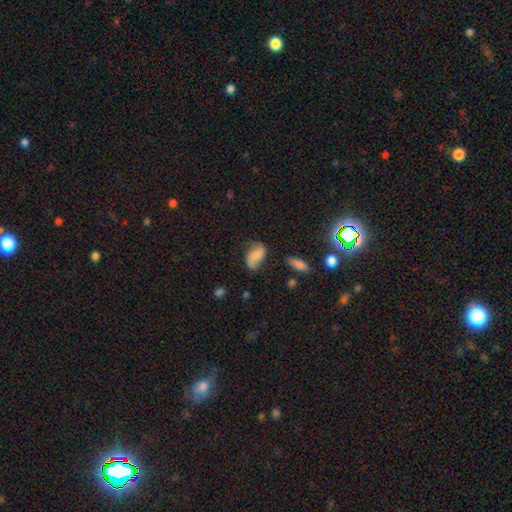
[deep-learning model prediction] Smooth or featured? Predicted: smooth (p=0.59). How rounded? Predicted: in between (p=0.88). Merging? Predicted: none (p=0.56).